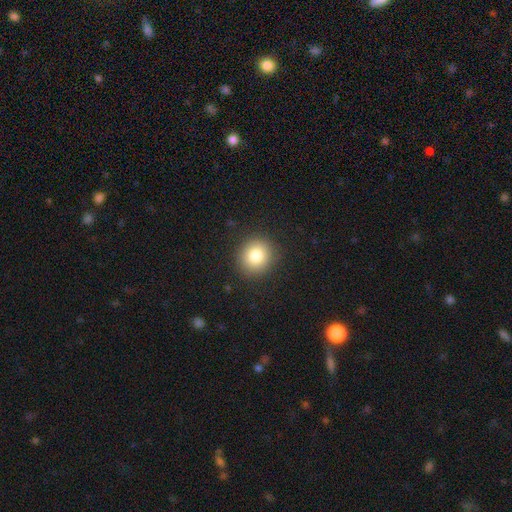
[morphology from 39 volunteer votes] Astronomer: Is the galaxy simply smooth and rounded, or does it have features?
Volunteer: smooth — 87%.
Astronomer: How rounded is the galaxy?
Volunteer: round — 91%.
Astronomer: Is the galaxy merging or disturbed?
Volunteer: none — 95%.